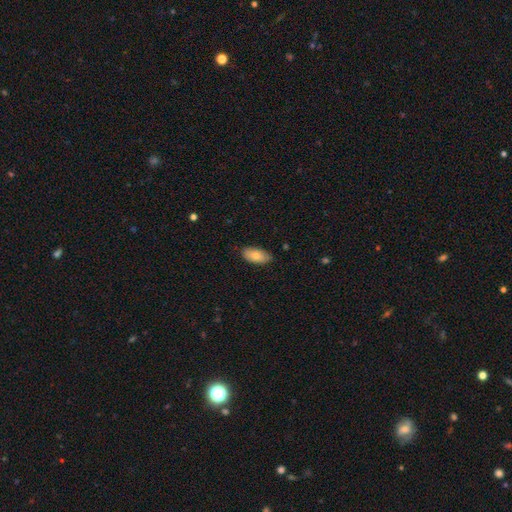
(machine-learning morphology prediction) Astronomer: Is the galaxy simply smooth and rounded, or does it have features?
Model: smooth — 77%.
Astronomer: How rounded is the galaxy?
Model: in between — 93%.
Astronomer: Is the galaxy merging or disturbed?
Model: none — 81%.